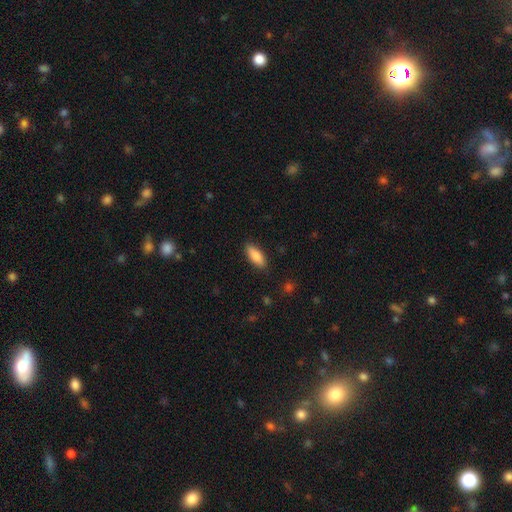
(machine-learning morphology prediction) Q: Smooth or featured?
A: smooth (84%); runner-up: featured or disk (10%)
Q: How rounded?
A: in between (76%); runner-up: cigar-shaped (22%)
Q: Merging?
A: none (87%); runner-up: minor disturbance (10%)